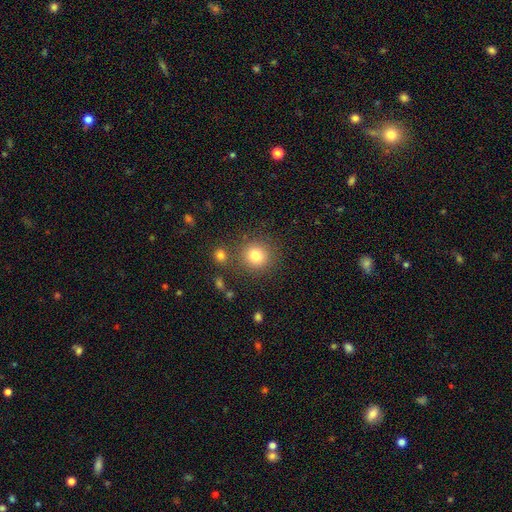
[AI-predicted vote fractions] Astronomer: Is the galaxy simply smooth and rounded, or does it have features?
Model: smooth — 80%.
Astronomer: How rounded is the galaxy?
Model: round — 91%.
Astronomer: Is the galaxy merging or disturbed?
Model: none — 82%.